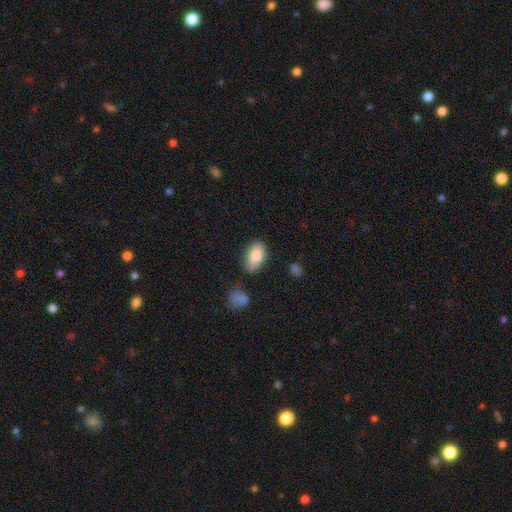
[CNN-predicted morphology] smooth 84%, featured or disk 9%, star or artifact 7%. Down the decision tree: how rounded — in between (92%); merging — none (74%).